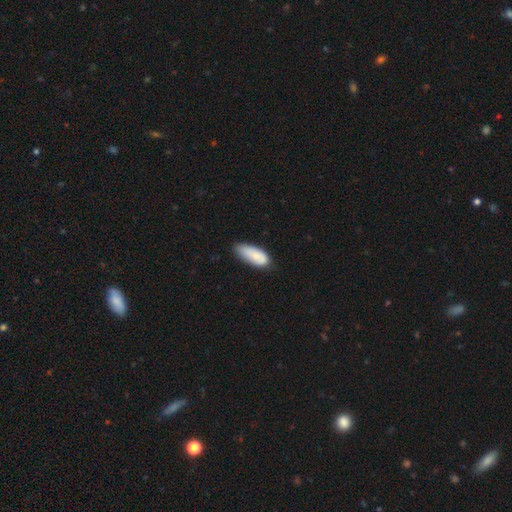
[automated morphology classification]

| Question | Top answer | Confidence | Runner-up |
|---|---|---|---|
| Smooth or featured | smooth | 82% | featured or disk (12%) |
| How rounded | in between | 81% | cigar-shaped (17%) |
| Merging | none | 62% | minor disturbance (31%) |